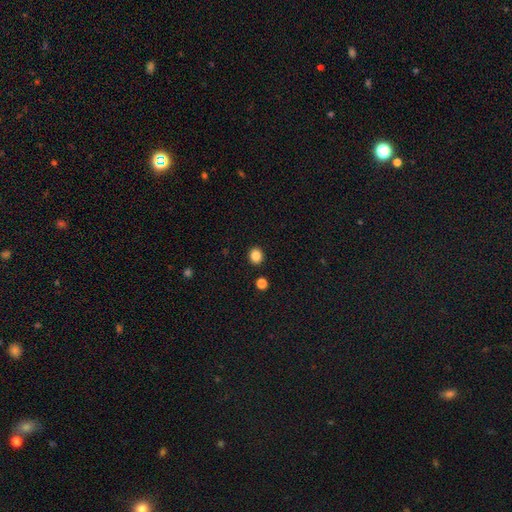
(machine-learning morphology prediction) A smooth galaxy with no disk features (85%) that is round (76%).

Vote fractions:
- Smooth or featured? smooth: 85% / star or artifact: 11% / featured or disk: 4%
- How rounded? round: 76% / in between: 23% / cigar-shaped: 1%
- Merging? none: 91% / minor disturbance: 5% / merger: 2% / major disturbance: 2%